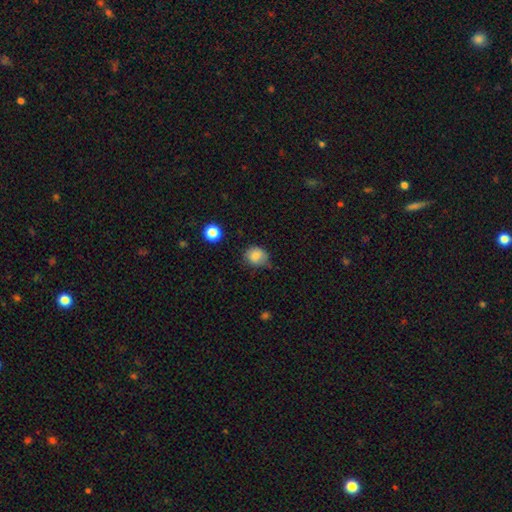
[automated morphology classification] A smooth galaxy with no disk features (82%) that is round (70%). Merging: none (62%).